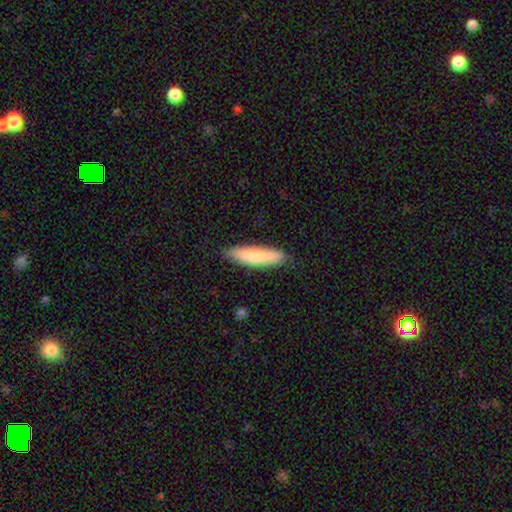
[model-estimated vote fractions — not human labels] The model was most divided on "how rounded": cigar-shaped: 77%, in between: 22%, round: 1%. More confident: merging — none (85%); smooth or featured — smooth (81%).